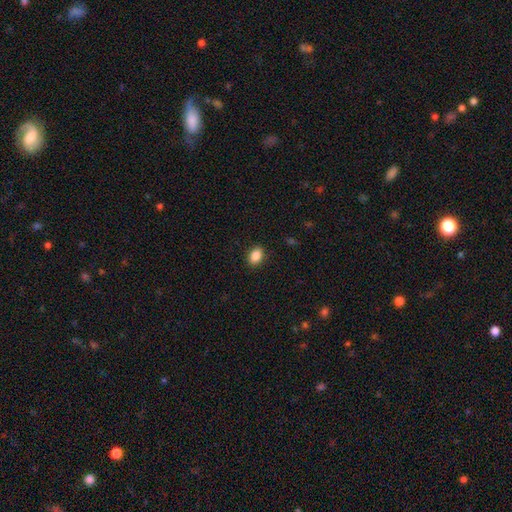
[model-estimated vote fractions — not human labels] The model was most divided on "how rounded": in between: 79%, round: 19%, cigar-shaped: 1%. More confident: merging — none (89%); smooth or featured — smooth (88%).